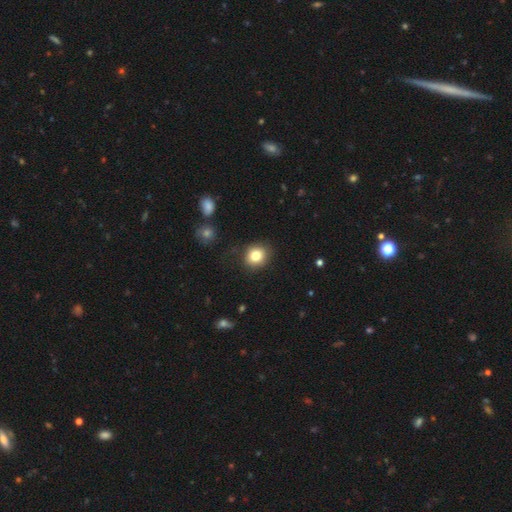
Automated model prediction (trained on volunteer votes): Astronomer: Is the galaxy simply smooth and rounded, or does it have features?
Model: smooth — 82%.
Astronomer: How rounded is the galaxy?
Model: round — 75%.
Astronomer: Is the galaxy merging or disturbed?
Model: none — 85%.